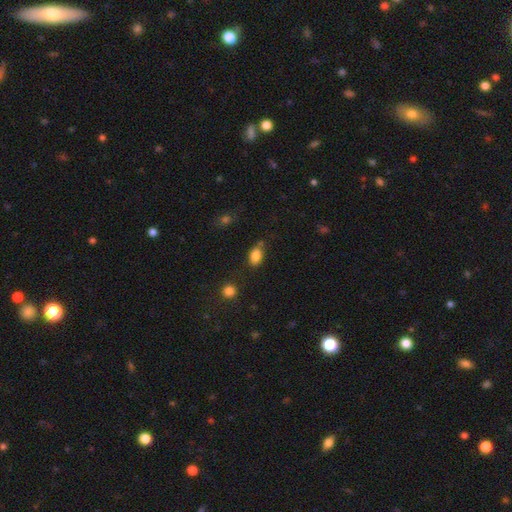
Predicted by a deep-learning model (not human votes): smooth-or-featured: smooth: 84% | star or artifact: 9% | featured or disk: 7%
  how-rounded: in between: 84% | round: 14% | cigar-shaped: 2%
  merging: none: 68% | minor disturbance: 20% | merger: 7% | major disturbance: 5%